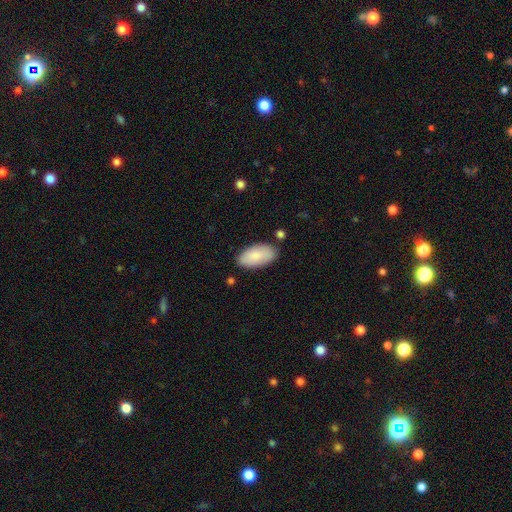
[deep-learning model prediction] Q: Smooth or featured?
A: smooth (84%); runner-up: featured or disk (10%)
Q: How rounded?
A: in between (95%); runner-up: cigar-shaped (3%)
Q: Merging?
A: none (81%); runner-up: minor disturbance (14%)